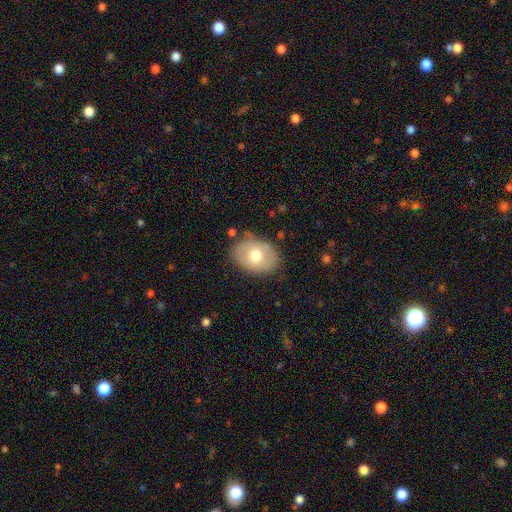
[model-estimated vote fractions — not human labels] This appears to be a smooth galaxy with no disk features (63%) that is in between round and cigar-shaped (73%). Merging: none (78%).